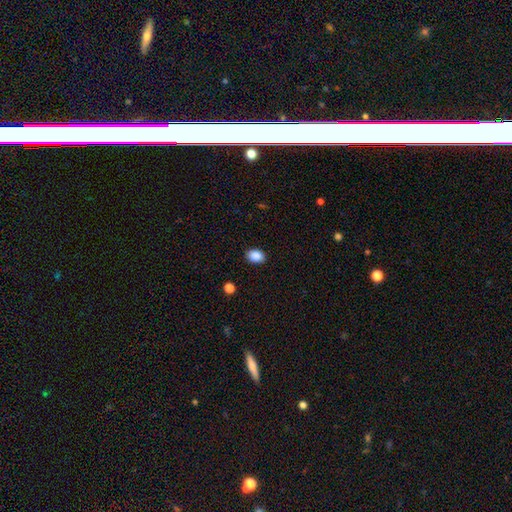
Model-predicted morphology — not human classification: Smooth or featured?
  - smooth: 89% *
  - star or artifact: 8%
  - featured or disk: 3%
How rounded?
  - in between: 73% *
  - round: 26%
  - cigar-shaped: 1%
Merging?
  - none: 89% *
  - minor disturbance: 8%
  - major disturbance: 2%
  - merger: 1%